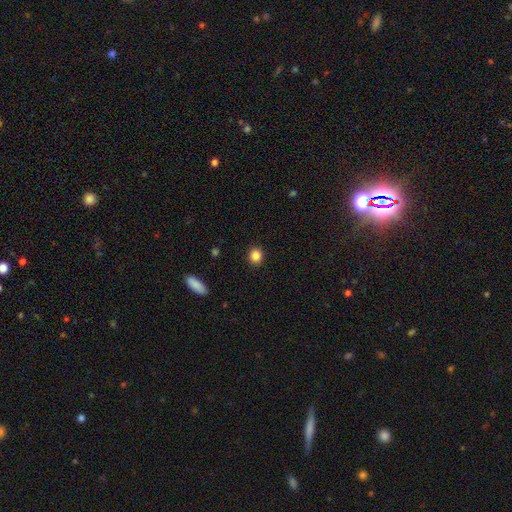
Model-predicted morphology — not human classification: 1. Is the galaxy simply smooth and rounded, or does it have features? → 85% smooth, 11% star or artifact, 4% featured or disk.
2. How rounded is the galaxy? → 84% round, 15% in between, 1% cigar-shaped.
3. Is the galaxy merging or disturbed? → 91% none, 6% minor disturbance, 2% major disturbance, 1% merger.